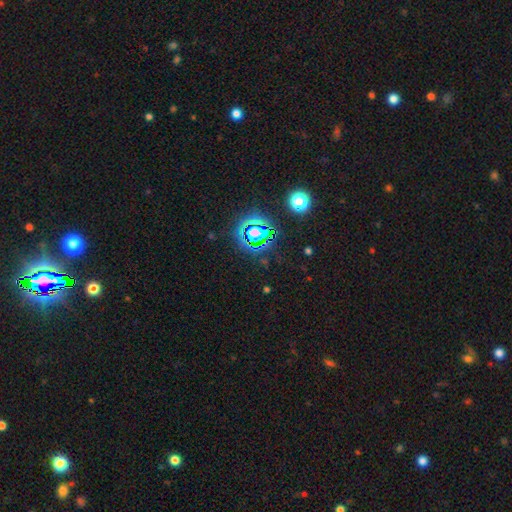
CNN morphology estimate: Smooth or featured? Predicted: star or artifact (p=0.81).